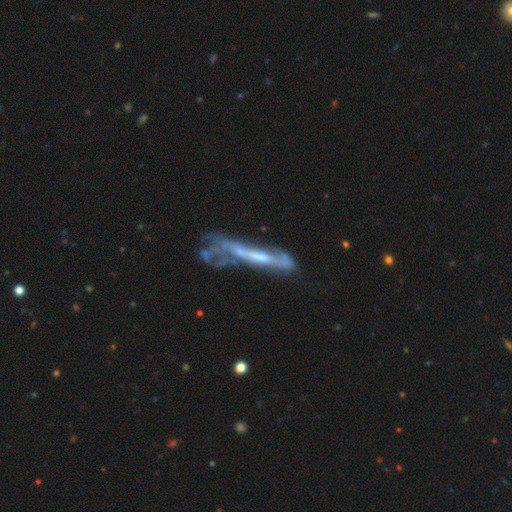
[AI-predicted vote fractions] This is likely a featured or disk galaxy (68%). It is possibly viewed edge-on (57%). Merging: marginally none (38%).